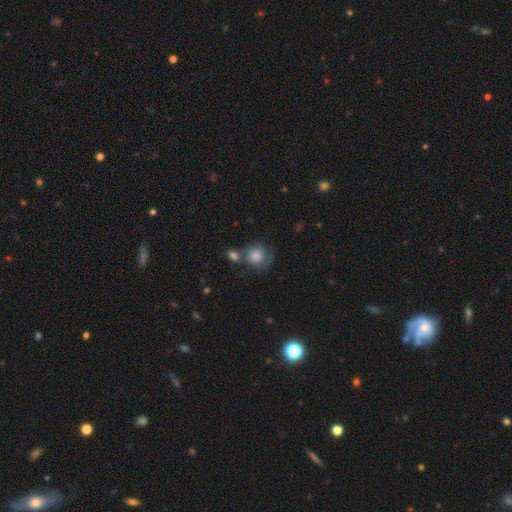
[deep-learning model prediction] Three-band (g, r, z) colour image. It shows a smooth galaxy with no disk features (67%) that is round (85%). Merging: none (51%).